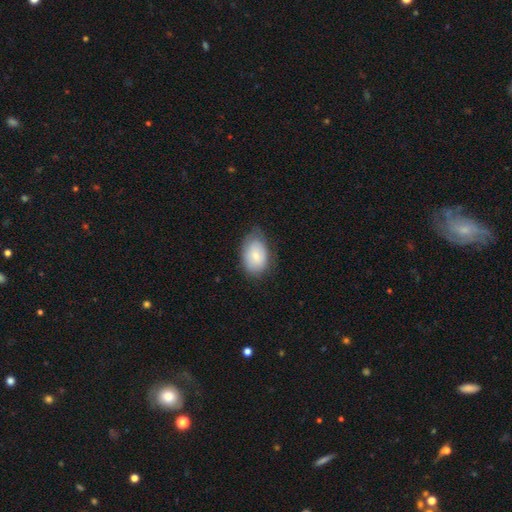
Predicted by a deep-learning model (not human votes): The model was most divided on "merging": none: 63%, minor disturbance: 29%, major disturbance: 7%, merger: 1%. More confident: how rounded — in between (87%); smooth or featured — smooth (72%).